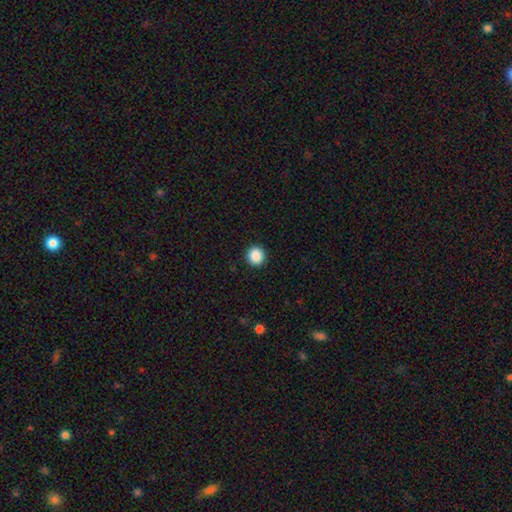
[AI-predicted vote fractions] Morphology: type=smooth (88%); roundness=round (92%); merging=none (92%).